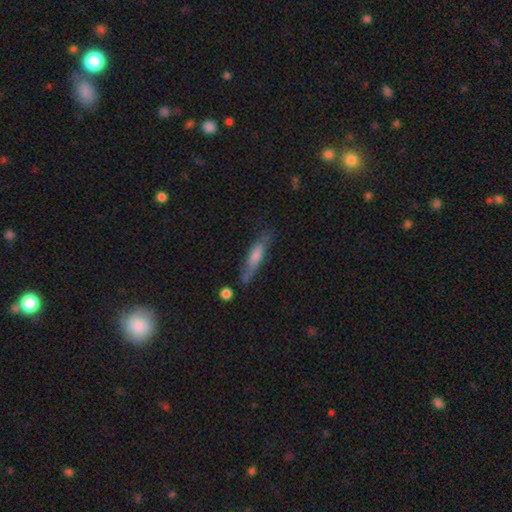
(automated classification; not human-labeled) Smooth or featured: smooth — 51% (featured or disk — 40%)
How rounded: cigar-shaped — 83% (in between — 15%)
Merging: none — 70% (minor disturbance — 20%)